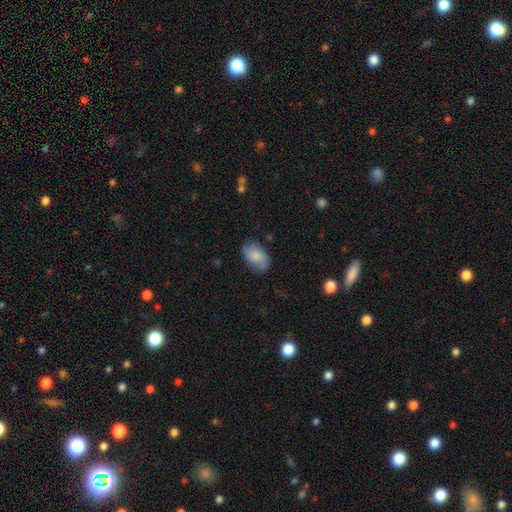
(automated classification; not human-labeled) A smooth galaxy with no disk features (70%) that is in between round and cigar-shaped (91%).

Vote fractions:
- Smooth or featured? smooth: 70% / featured or disk: 23% / star or artifact: 7%
- How rounded? in between: 91% / round: 7% / cigar-shaped: 1%
- Merging? none: 70% / minor disturbance: 22% / major disturbance: 6% / merger: 2%